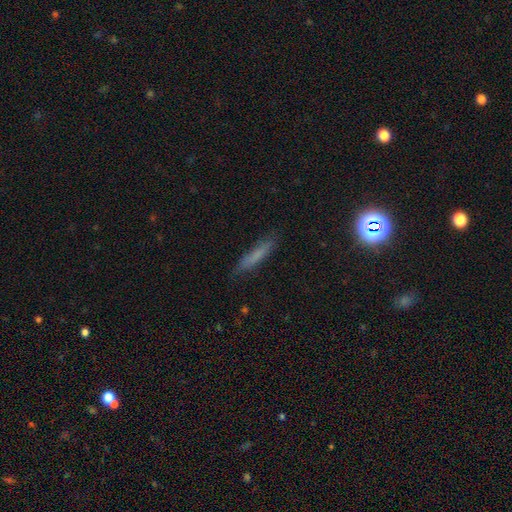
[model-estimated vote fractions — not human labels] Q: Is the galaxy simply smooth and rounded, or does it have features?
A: smooth — 67%.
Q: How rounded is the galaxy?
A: cigar-shaped — 89%.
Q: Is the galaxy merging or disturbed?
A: none — 81%.